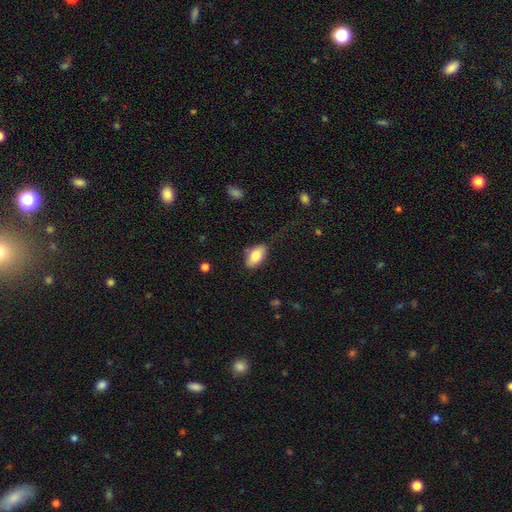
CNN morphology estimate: Smooth or featured?
  - smooth: 82% *
  - featured or disk: 11%
  - star or artifact: 7%
How rounded?
  - in between: 92% *
  - round: 4%
  - cigar-shaped: 4%
Merging?
  - none: 71% *
  - minor disturbance: 21%
  - major disturbance: 6%
  - merger: 2%